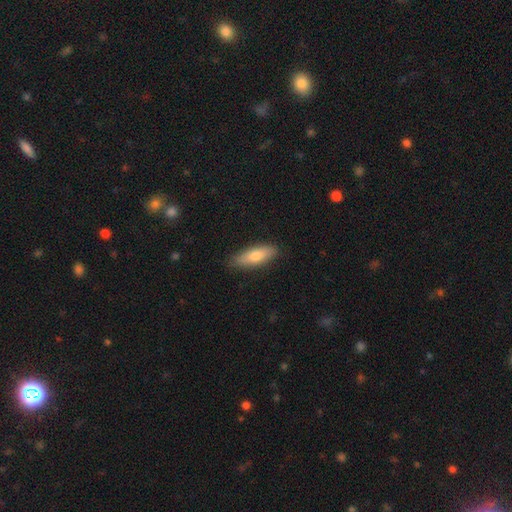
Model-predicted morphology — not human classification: Smooth or featured? Predicted: smooth (p=0.78). How rounded? Predicted: in between (p=0.60). Merging? Predicted: none (p=0.84).